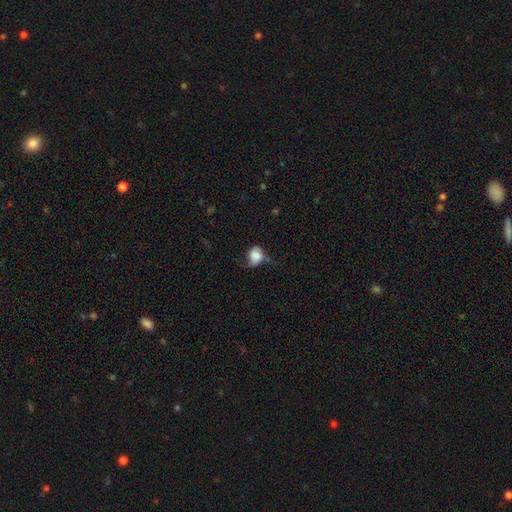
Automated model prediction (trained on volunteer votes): Smooth or featured? Predicted: smooth (p=0.66). How rounded? Predicted: in between (p=0.53). Merging? Predicted: minor disturbance (p=0.35).